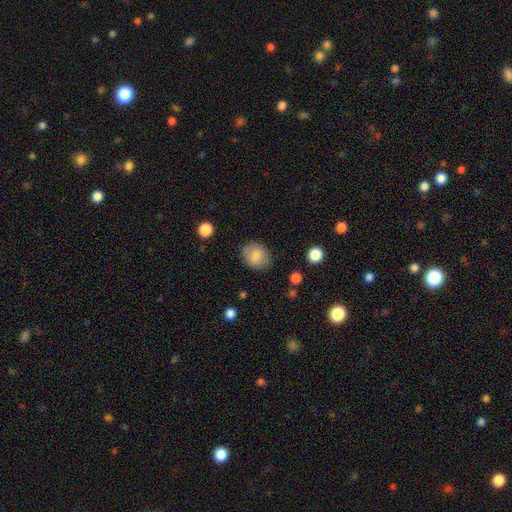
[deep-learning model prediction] smooth 83%, featured or disk 10%, star or artifact 8%. Down the decision tree: how rounded — in between (54%); merging — none (82%).